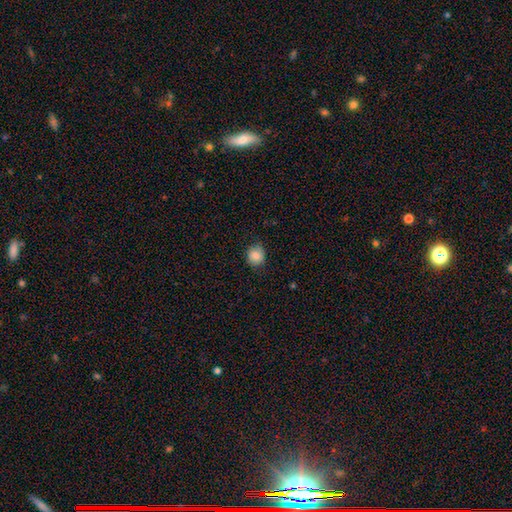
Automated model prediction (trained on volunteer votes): Overall: smooth (84%). How rounded: round (82%). Merging: none (83%).